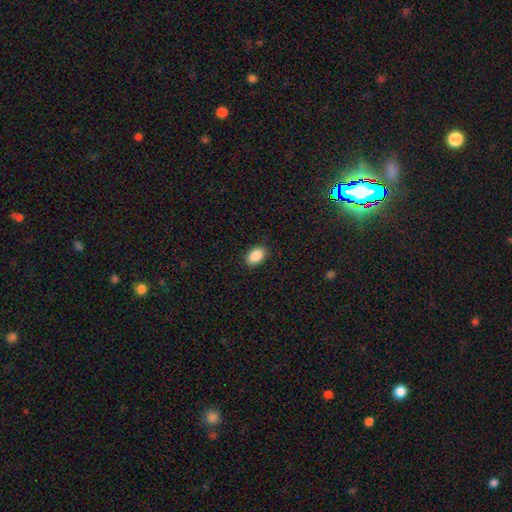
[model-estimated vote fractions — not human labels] This appears to be a smooth galaxy with no disk features (89%) that is in between round and cigar-shaped (90%). Merging: none (88%).